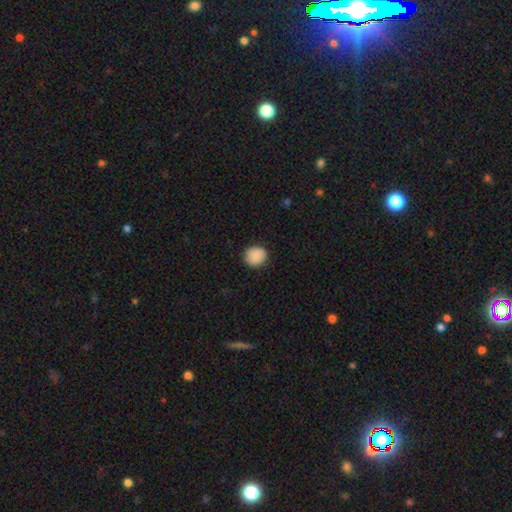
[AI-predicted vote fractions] Q: Smooth or featured?
A: smooth (86%); runner-up: star or artifact (7%)
Q: How rounded?
A: round (82%); runner-up: in between (17%)
Q: Merging?
A: none (85%); runner-up: minor disturbance (11%)